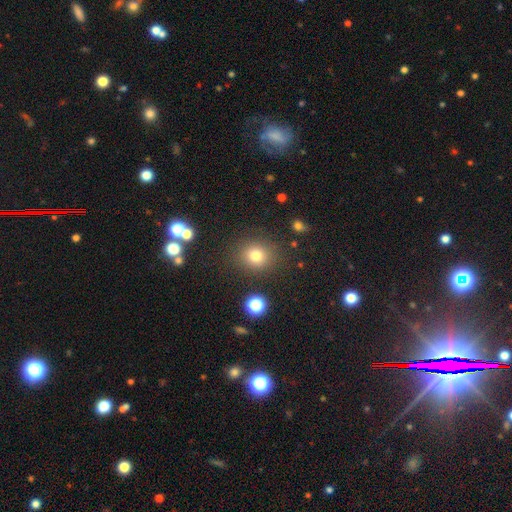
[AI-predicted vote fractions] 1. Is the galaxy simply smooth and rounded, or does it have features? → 77% smooth, 16% star or artifact, 7% featured or disk.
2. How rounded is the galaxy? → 82% round, 17% in between, 1% cigar-shaped.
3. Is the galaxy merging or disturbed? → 84% none, 9% minor disturbance, 4% major disturbance, 3% merger.